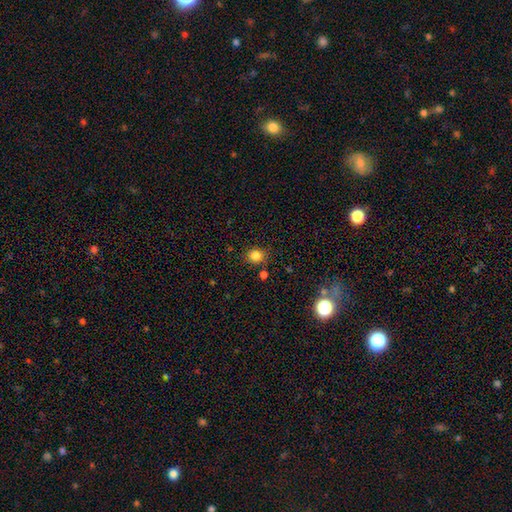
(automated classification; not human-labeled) The model was most divided on "how rounded": round: 77%, in between: 22%, cigar-shaped: 1%. More confident: merging — none (82%); smooth or featured — smooth (82%).